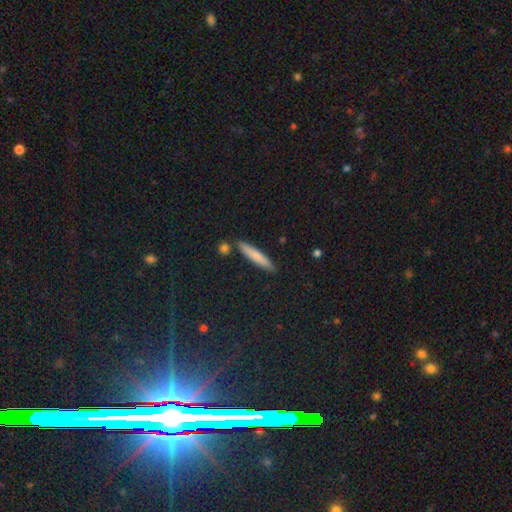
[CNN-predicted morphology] A smooth galaxy with no disk features (75%) that is cigar-shaped (92%).

Vote fractions:
- Smooth or featured? smooth: 75% / featured or disk: 18% / star or artifact: 7%
- How rounded? cigar-shaped: 92% / in between: 6% / round: 2%
- Merging? none: 86% / minor disturbance: 8% / merger: 4% / major disturbance: 2%